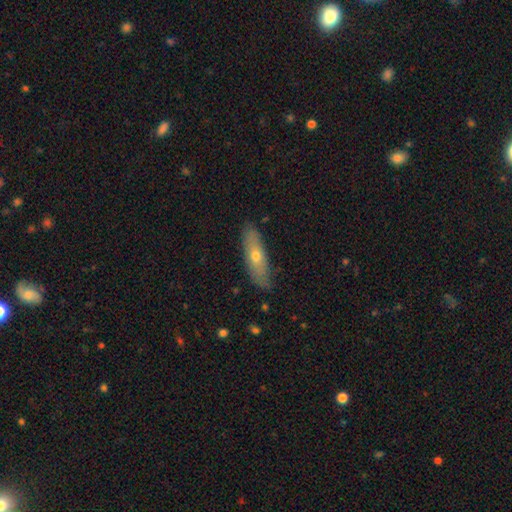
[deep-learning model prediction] Smooth or featured? smooth (50%)
Merging? none (85%)